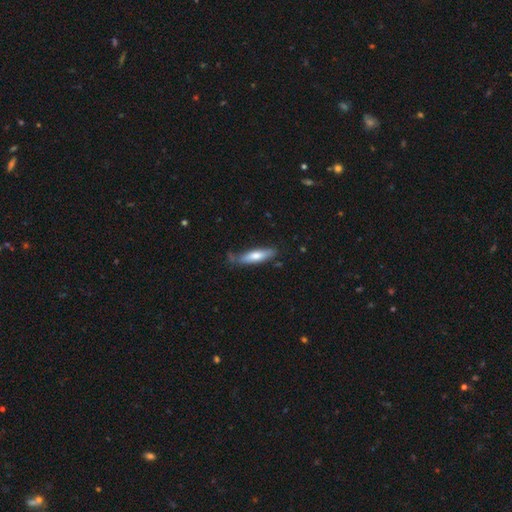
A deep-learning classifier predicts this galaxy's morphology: Smooth or featured? smooth (66%)
How rounded? cigar-shaped (72%)
Merging? none (67%)